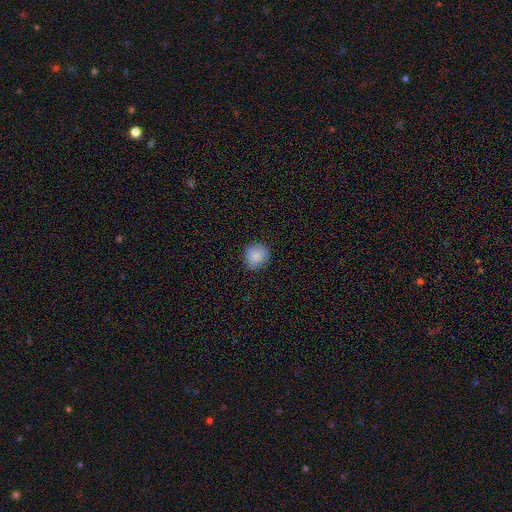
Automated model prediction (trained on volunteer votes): A smooth galaxy with no disk features (87%) that is round (89%).

Vote fractions:
- Smooth or featured? smooth: 87% / star or artifact: 9% / featured or disk: 4%
- How rounded? round: 89% / in between: 10% / cigar-shaped: 1%
- Merging? none: 85% / minor disturbance: 11% / major disturbance: 2% / merger: 1%